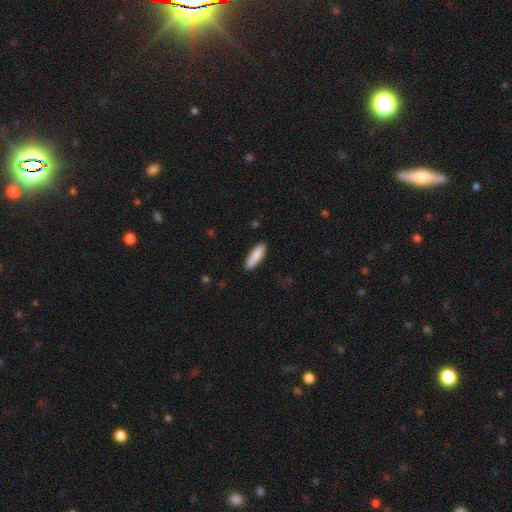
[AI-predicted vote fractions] Smooth or featured?
  - smooth: 87% *
  - featured or disk: 7%
  - star or artifact: 6%
How rounded?
  - cigar-shaped: 57% *
  - in between: 42%
  - round: 2%
Merging?
  - none: 87% *
  - minor disturbance: 10%
  - major disturbance: 2%
  - merger: 1%